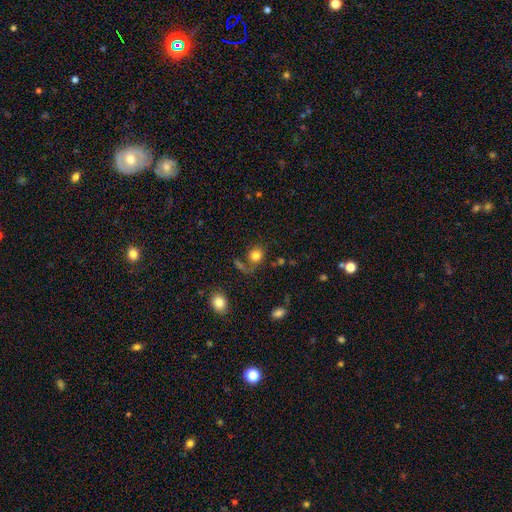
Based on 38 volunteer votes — Overall: smooth (68%). How rounded: round (73%). Merging: none (37%; major disturbance 34%).